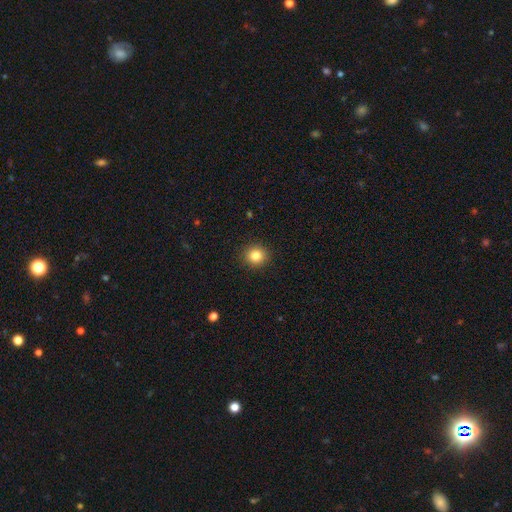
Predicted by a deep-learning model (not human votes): This appears to be a smooth galaxy with no disk features (84%) that is round (90%). Merging: none (92%).